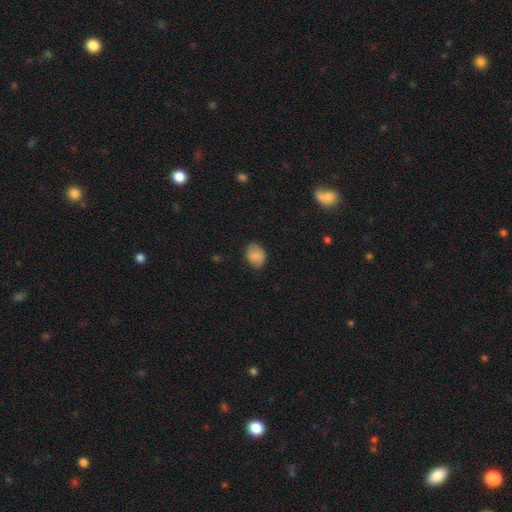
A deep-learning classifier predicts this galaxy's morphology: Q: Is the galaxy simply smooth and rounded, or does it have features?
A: smooth — 80%.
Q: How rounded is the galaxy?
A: in between — 59%.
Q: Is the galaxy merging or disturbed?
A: none — 79%.